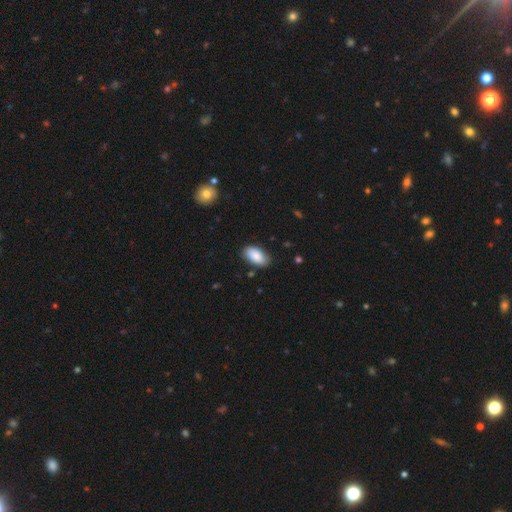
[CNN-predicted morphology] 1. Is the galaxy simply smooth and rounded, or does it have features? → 88% smooth, 6% star or artifact, 6% featured or disk.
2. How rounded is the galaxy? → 95% in between, 3% round, 2% cigar-shaped.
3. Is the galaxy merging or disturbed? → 84% none, 12% minor disturbance, 2% major disturbance, 1% merger.